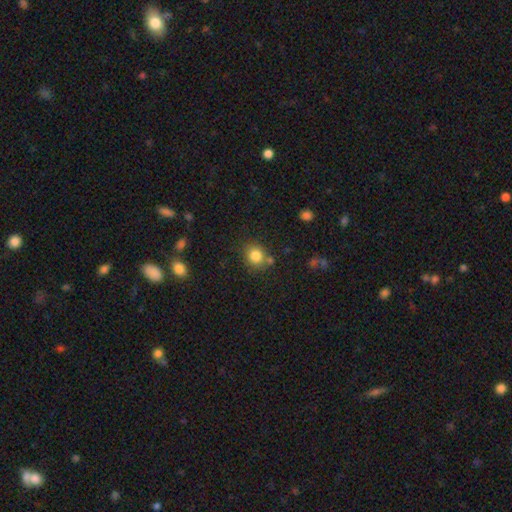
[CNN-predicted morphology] This appears to be a smooth galaxy with no disk features (83%) that is round (80%). Merging: none (74%).